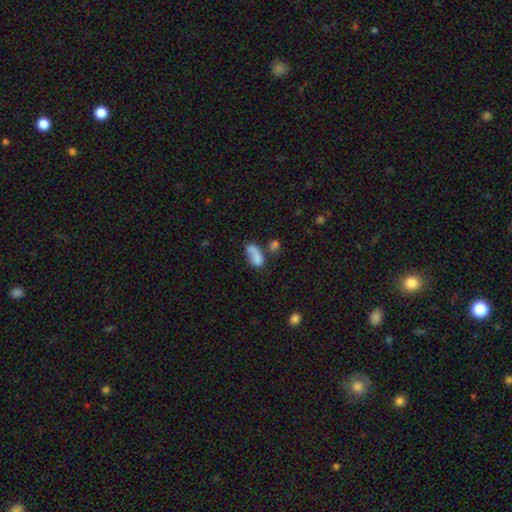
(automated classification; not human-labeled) This appears to be a smooth galaxy with no disk features (73%) that is in between round and cigar-shaped (85%). Merging: merger (33%).